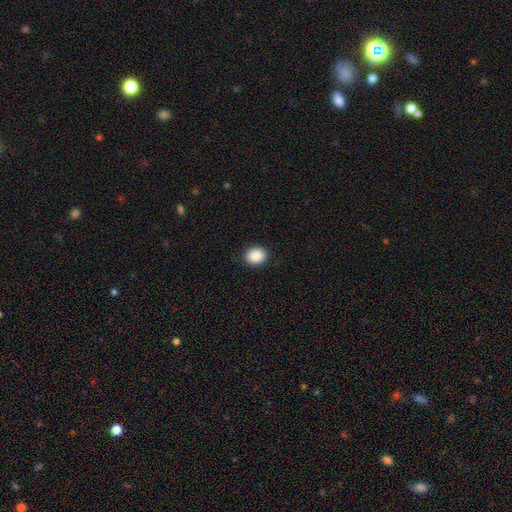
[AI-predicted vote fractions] smooth 89%, star or artifact 8%, featured or disk 3%. Down the decision tree: how rounded — round (59%); merging — none (91%).